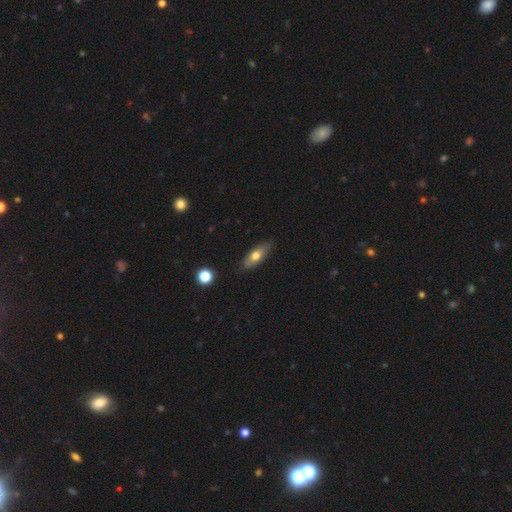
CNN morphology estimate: smooth-or-featured: smooth: 63% | featured or disk: 31% | star or artifact: 7%
  how-rounded: in between: 61% | cigar-shaped: 35% | round: 4%
  merging: none: 85% | minor disturbance: 12% | major disturbance: 2% | merger: 1%